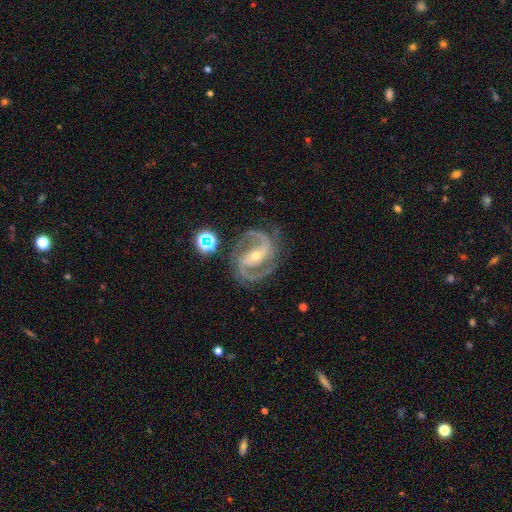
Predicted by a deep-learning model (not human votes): Smooth or featured?
  - featured or disk: 92% *
  - star or artifact: 5%
  - smooth: 2%
Edge-on disk?
  - no: 97% *
  - yes: 3%
Bar?
  - strong: 52% *
  - weak: 31%
  - no: 18%
Spiral arms?
  - yes: 98% *
  - no: 2%
Spiral winding?
  - medium: 60% *
  - tight: 27%
  - loose: 13%
Spiral arm count?
  - 2: 88% *
  - 3: 6%
  - can't tell: 2%
  - 1: 2%
  - 4: 1%
  - more than 4: 1%
Bulge size?
  - small: 58% *
  - moderate: 39%
  - large: 1%
  - none: 1%
  - dominant: 1%
Merging?
  - none: 77% *
  - minor disturbance: 14%
  - major disturbance: 6%
  - merger: 3%